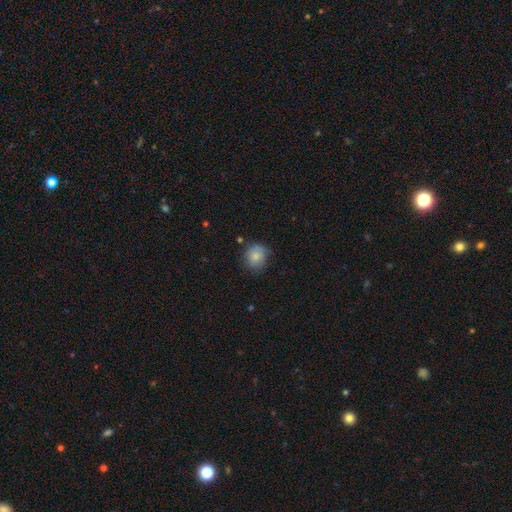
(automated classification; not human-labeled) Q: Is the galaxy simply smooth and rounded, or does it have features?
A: smooth — 79%.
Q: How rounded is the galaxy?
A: round — 79%.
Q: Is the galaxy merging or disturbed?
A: none — 68%.